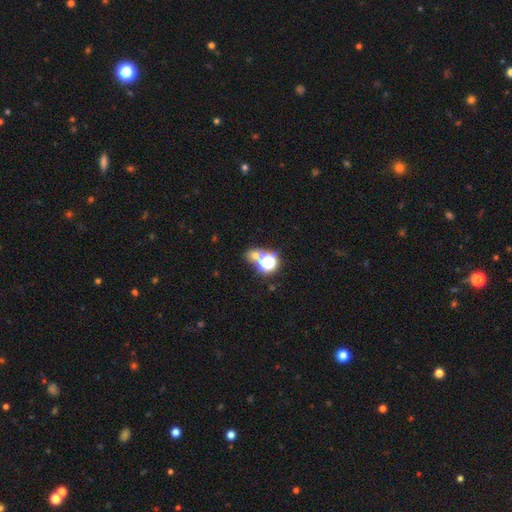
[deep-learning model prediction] smooth-or-featured: smooth: 54% | star or artifact: 36% | featured or disk: 10%
  how-rounded: round: 71% | in between: 28% | cigar-shaped: 1%
  merging: none: 54% | merger: 32% | minor disturbance: 9% | major disturbance: 5%